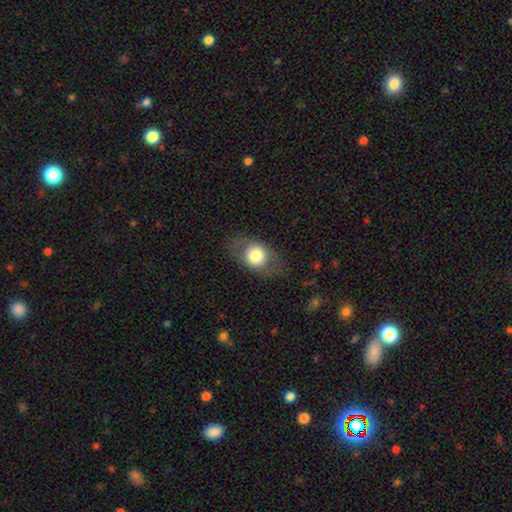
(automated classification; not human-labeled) Smooth or featured?
  - smooth: 71% *
  - featured or disk: 22%
  - star or artifact: 8%
How rounded?
  - in between: 63% *
  - round: 35%
  - cigar-shaped: 2%
Merging?
  - none: 76% *
  - minor disturbance: 15%
  - major disturbance: 8%
  - merger: 1%